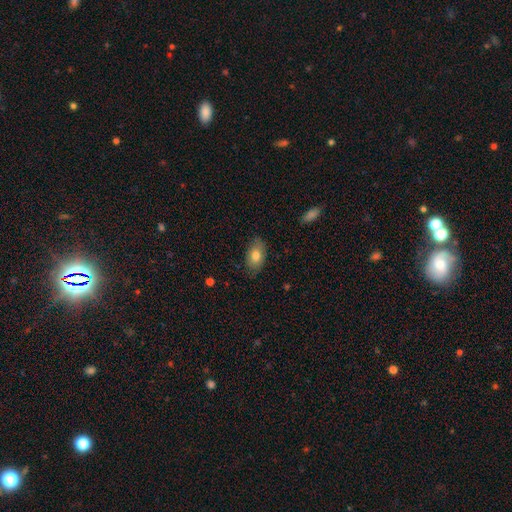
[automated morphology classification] Smooth or featured? smooth (77%)
How rounded? in between (91%)
Merging? none (77%)